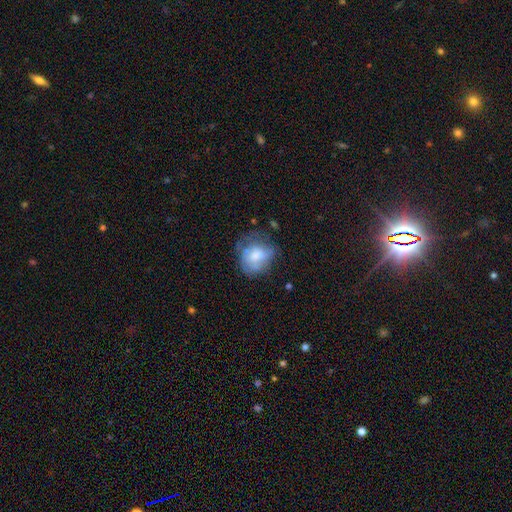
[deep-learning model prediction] A smooth galaxy with no disk features (58%) that is round (59%).

Vote fractions:
- Smooth or featured? smooth: 58% / featured or disk: 33% / star or artifact: 9%
- How rounded? round: 59% / in between: 40% / cigar-shaped: 1%
- Merging? none: 41% / minor disturbance: 31% / major disturbance: 25% / merger: 4%